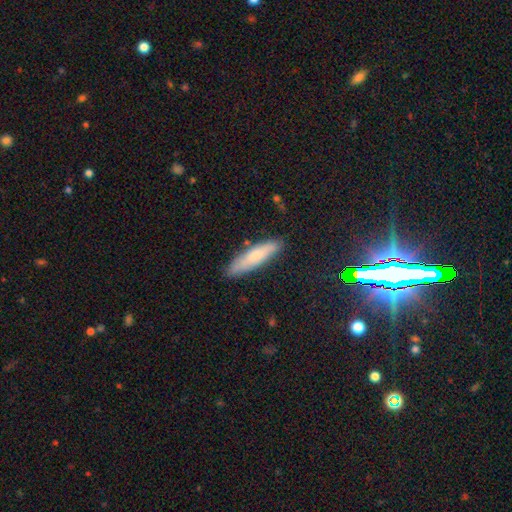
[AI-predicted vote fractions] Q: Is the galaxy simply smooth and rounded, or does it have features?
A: smooth — 75%.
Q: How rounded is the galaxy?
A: cigar-shaped — 79%.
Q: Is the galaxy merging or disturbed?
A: none — 85%.